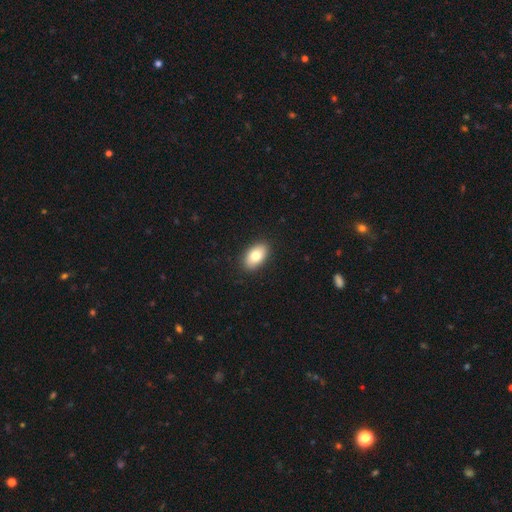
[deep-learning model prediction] Smooth or featured?
  - smooth: 79% *
  - featured or disk: 13%
  - star or artifact: 7%
How rounded?
  - in between: 92% *
  - round: 7%
  - cigar-shaped: 2%
Merging?
  - none: 89% *
  - minor disturbance: 8%
  - major disturbance: 2%
  - merger: 1%